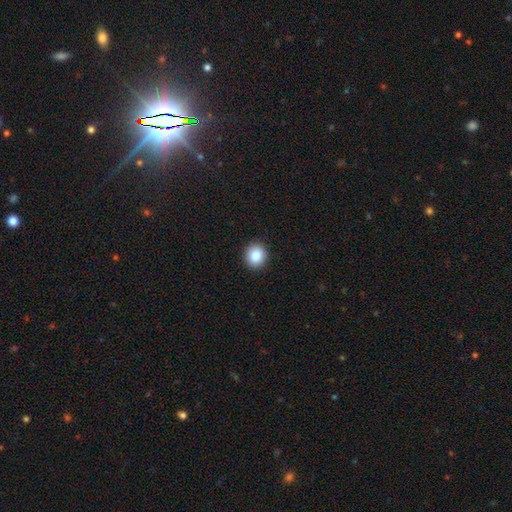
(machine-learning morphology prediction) smooth-or-featured: smooth: 85% | star or artifact: 9% | featured or disk: 6%
  how-rounded: round: 83% | in between: 16% | cigar-shaped: 1%
  merging: none: 92% | minor disturbance: 5% | major disturbance: 2% | merger: 1%